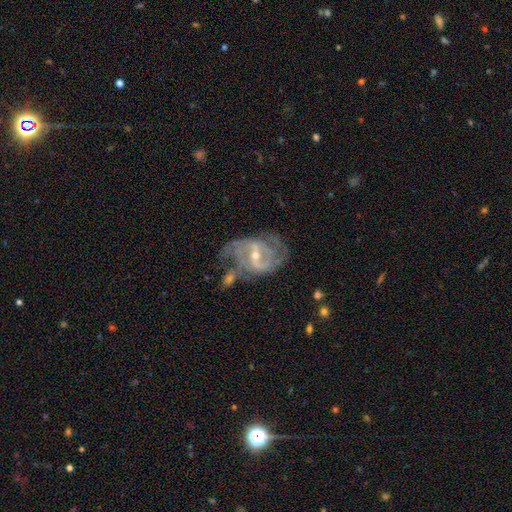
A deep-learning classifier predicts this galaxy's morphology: This appears to be a featured or disk galaxy (88%) with a weak bar (44%), 2 (60%) medium (47%) spiral arms (93%) and a small central bulge (55%). Merging: none (45%).